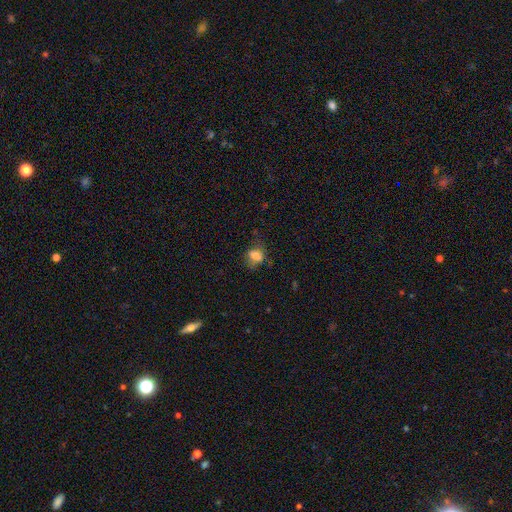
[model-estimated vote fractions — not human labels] smooth 74%, featured or disk 14%, star or artifact 12%. Down the decision tree: how rounded — in between (72%); merging — none (53%).